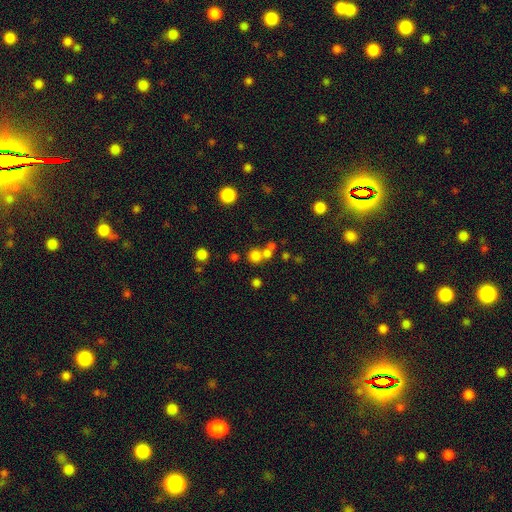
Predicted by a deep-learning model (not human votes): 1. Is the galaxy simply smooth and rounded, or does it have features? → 72% smooth, 18% star or artifact, 10% featured or disk.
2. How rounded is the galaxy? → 89% round, 10% in between, 1% cigar-shaped.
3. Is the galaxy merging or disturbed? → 55% none, 35% merger, 7% minor disturbance, 4% major disturbance.